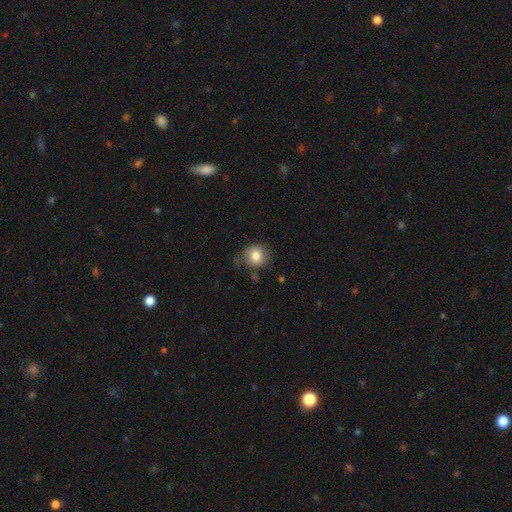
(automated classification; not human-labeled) smooth 82%, featured or disk 9%, star or artifact 9%. Down the decision tree: how rounded — round (82%); merging — none (70%).